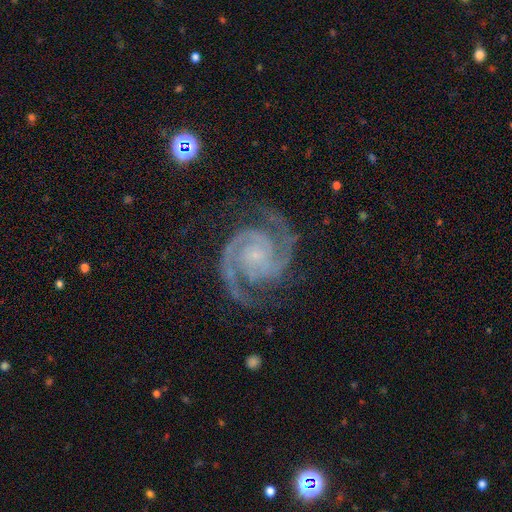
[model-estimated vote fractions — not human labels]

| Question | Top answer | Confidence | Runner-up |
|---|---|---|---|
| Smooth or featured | featured or disk | 94% | star or artifact (4%) |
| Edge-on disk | no | 98% | yes (2%) |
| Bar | no | 68% | weak (24%) |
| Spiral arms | yes | 99% | no (1%) |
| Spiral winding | tight | 50% | medium (45%) |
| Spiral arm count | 2 | 92% | 3 (3%) |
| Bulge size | small | 72% | none (13%) |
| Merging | none | 79% | minor disturbance (14%) |